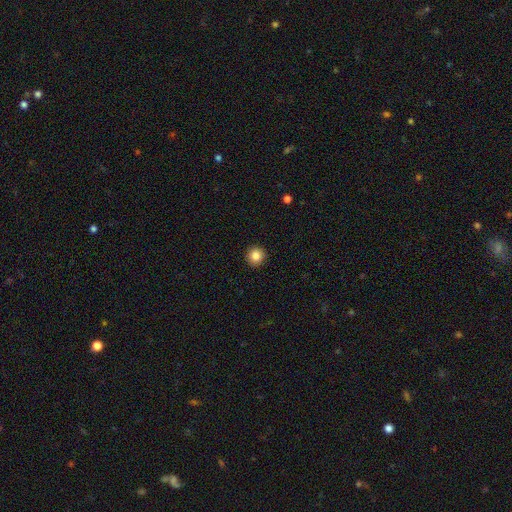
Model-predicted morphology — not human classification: A smooth galaxy with no disk features (85%) that is round (95%).

Vote fractions:
- Smooth or featured? smooth: 85% / star or artifact: 10% / featured or disk: 5%
- How rounded? round: 95% / in between: 4% / cigar-shaped: 1%
- Merging? none: 93% / minor disturbance: 5% / major disturbance: 1% / merger: 1%